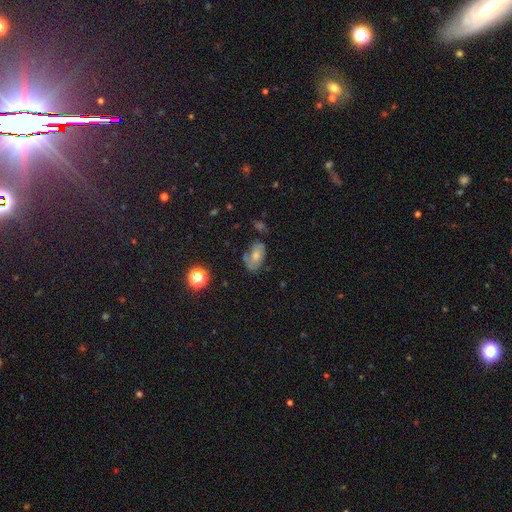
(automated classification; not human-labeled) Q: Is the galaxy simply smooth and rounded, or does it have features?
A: smooth — 53%.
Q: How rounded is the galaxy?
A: in between — 88%.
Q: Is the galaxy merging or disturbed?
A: none — 57%.